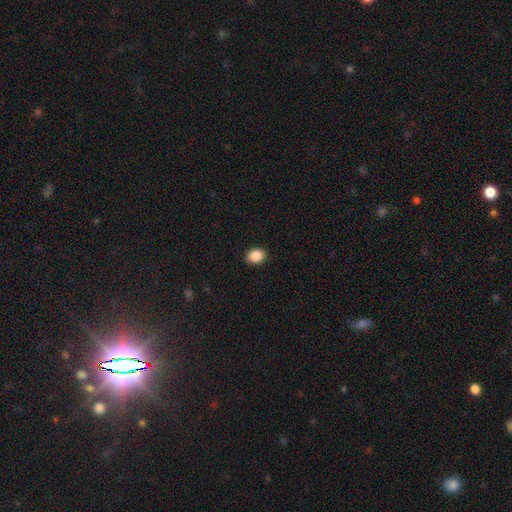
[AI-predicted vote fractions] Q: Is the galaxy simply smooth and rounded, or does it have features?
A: smooth — 88%.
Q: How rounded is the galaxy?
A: in between — 62%.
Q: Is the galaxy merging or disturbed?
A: none — 91%.